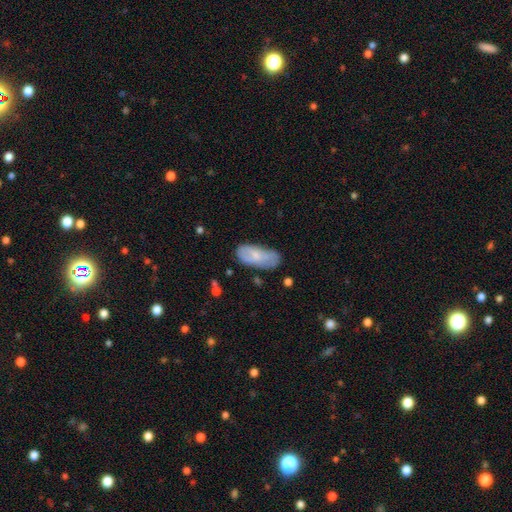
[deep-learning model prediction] Q: Smooth or featured?
A: smooth (62%); runner-up: featured or disk (32%)
Q: How rounded?
A: in between (87%); runner-up: cigar-shaped (10%)
Q: Merging?
A: none (59%); runner-up: minor disturbance (30%)